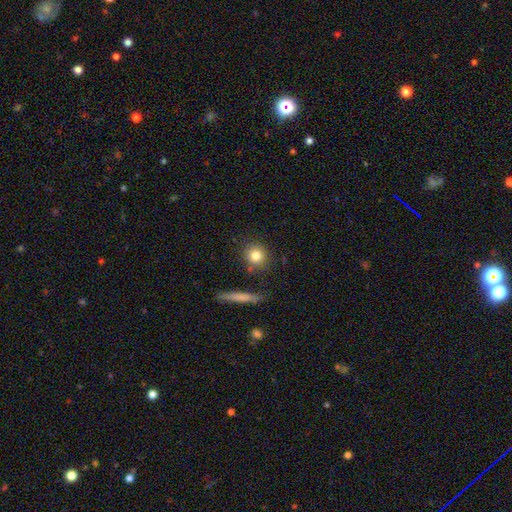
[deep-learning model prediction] Q: Smooth or featured?
A: smooth (82%); runner-up: featured or disk (9%)
Q: How rounded?
A: round (86%); runner-up: in between (11%)
Q: Merging?
A: none (82%); runner-up: minor disturbance (10%)